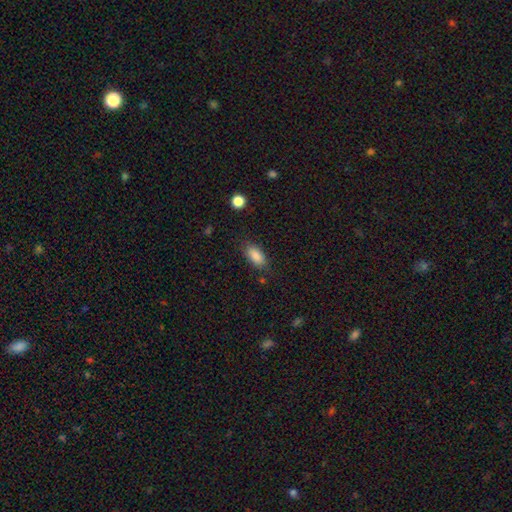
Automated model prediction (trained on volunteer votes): Morphology: type=smooth (87%); roundness=in between (90%); merging=none (80%).